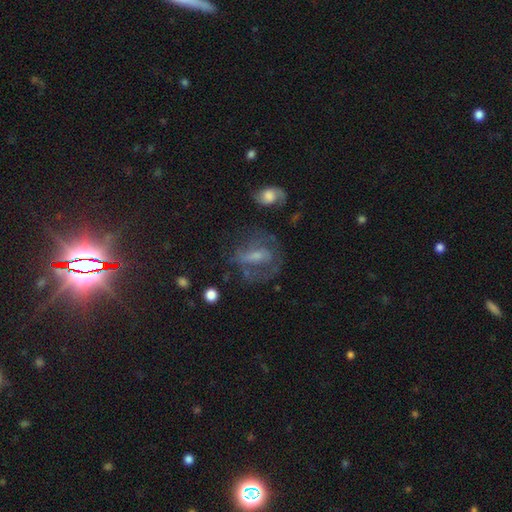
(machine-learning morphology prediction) featured or disk 60%, smooth 24%, star or artifact 16%. Down the decision tree: edge-on disk — no (91%); bar — weak (41%); spiral arms — yes (63%); bulge size — small (45%); merging — none (54%).